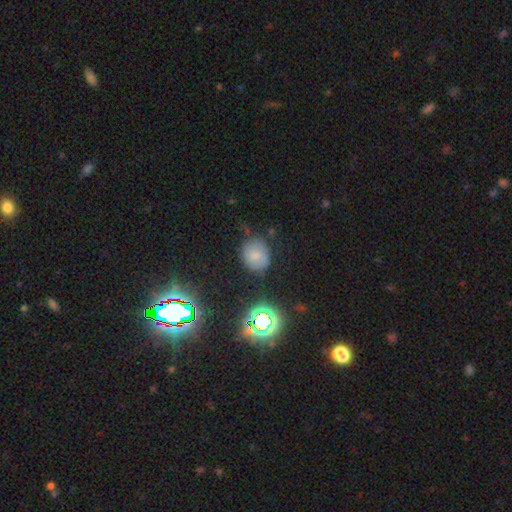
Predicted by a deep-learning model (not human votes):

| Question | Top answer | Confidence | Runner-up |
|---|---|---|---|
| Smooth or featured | smooth | 69% | star or artifact (17%) |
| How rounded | round | 74% | in between (25%) |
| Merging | none | 70% | minor disturbance (21%) |